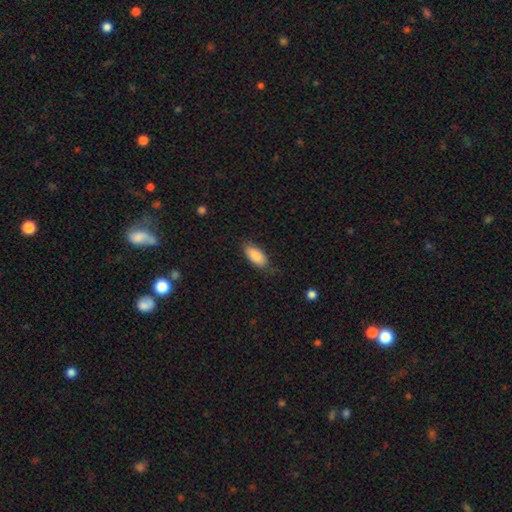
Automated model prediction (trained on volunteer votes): Q: Smooth or featured?
A: smooth (86%); runner-up: featured or disk (8%)
Q: How rounded?
A: in between (89%); runner-up: cigar-shaped (9%)
Q: Merging?
A: none (76%); runner-up: minor disturbance (19%)